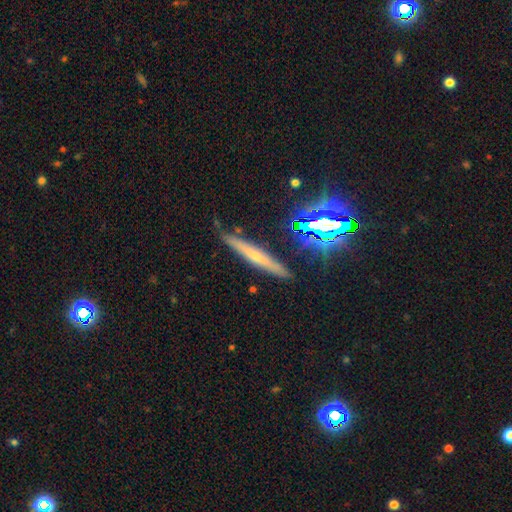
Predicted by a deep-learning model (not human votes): A featured or disk galaxy (43%). Merging: none (84%).